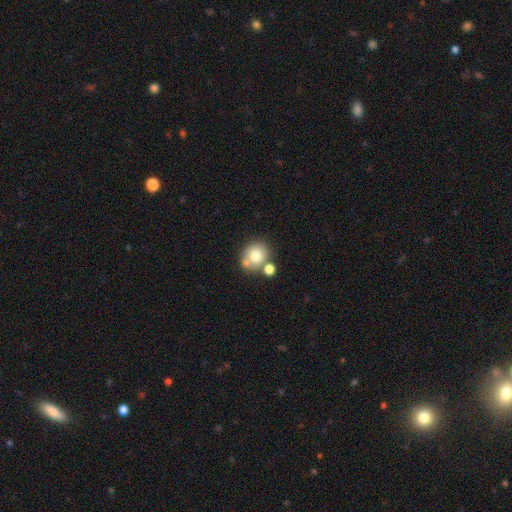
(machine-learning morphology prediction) A smooth galaxy with no disk features (74%) that is round (76%). Merging: none (56%).